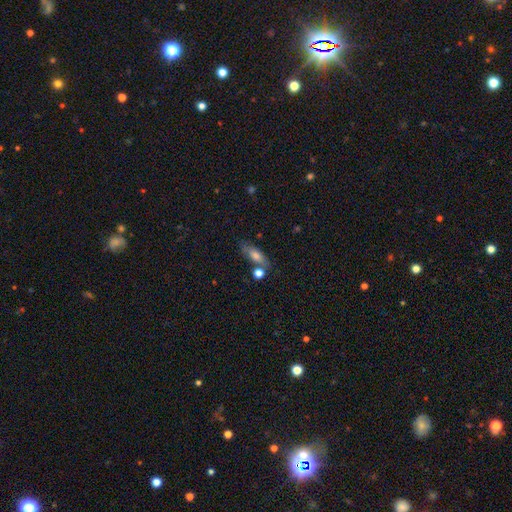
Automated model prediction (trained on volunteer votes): Overall: smooth (70%). How rounded: in between (61%; cigar-shaped 35%). Merging: none (68%).